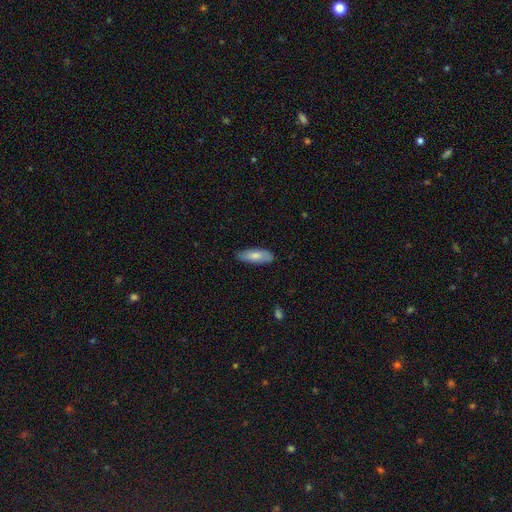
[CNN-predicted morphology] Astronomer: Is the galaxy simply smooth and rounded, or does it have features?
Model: smooth — 79%.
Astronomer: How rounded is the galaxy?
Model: in between — 68%.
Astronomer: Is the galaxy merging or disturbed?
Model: none — 84%.